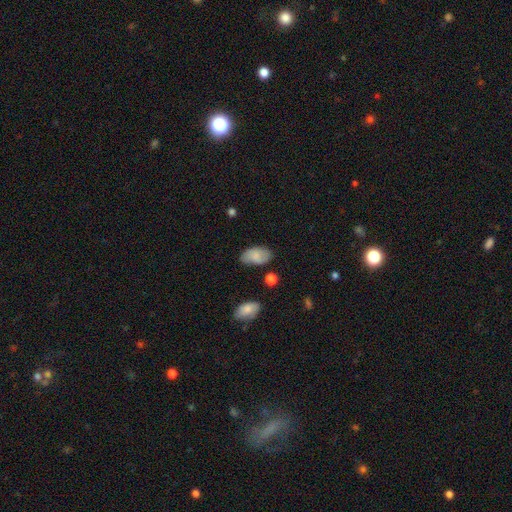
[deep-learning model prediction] This appears to be a smooth galaxy with no disk features (76%) that is in between round and cigar-shaped (93%). Merging: none (71%).